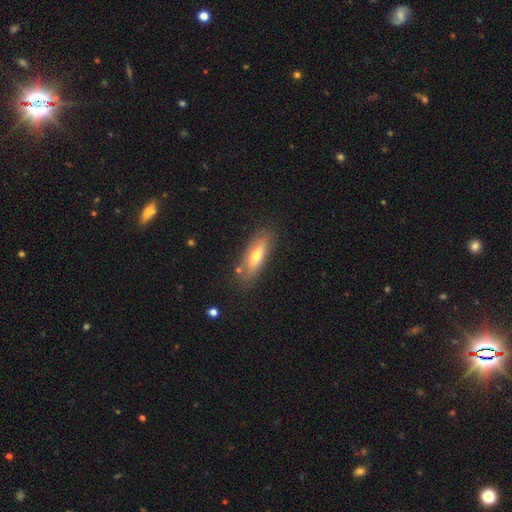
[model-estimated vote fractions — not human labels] Q: Smooth or featured?
A: smooth (63%); runner-up: featured or disk (30%)
Q: How rounded?
A: in between (60%); runner-up: cigar-shaped (37%)
Q: Merging?
A: none (79%); runner-up: minor disturbance (14%)